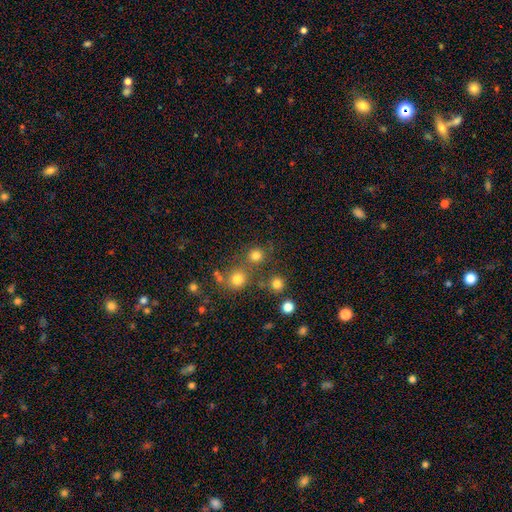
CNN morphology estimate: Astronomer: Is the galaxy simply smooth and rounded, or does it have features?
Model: smooth — 78%.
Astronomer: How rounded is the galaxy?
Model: round — 91%.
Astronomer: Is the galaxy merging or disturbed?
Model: none — 72%.